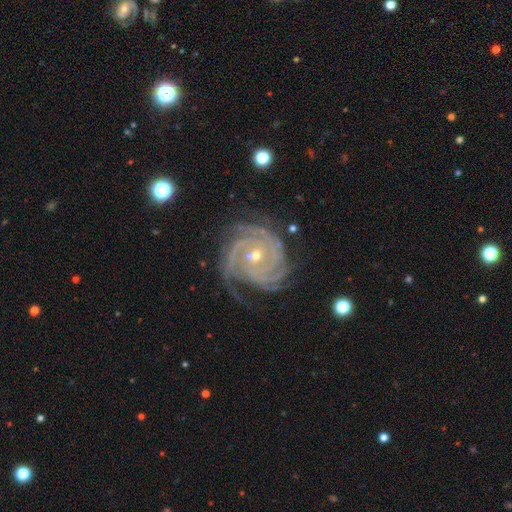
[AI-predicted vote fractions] Smooth or featured? featured or disk (93%)
Edge-on disk? no (98%)
Bar? no (57%)
Spiral arms? yes (99%)
Spiral winding? tight (80%)
Spiral arm count? 4 (32%)
Bulge size? small (59%)
Merging? none (71%)